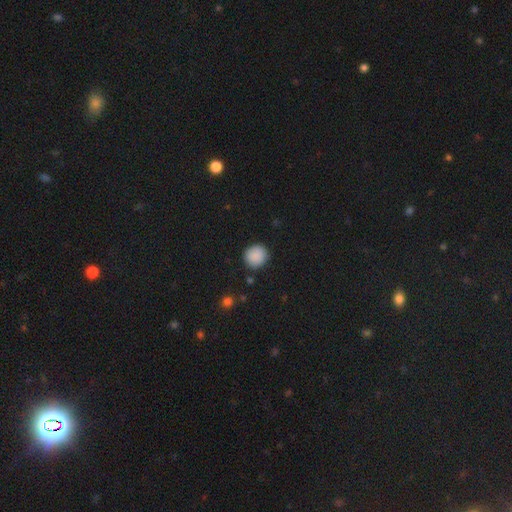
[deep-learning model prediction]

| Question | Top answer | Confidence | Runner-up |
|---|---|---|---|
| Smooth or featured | smooth | 89% | star or artifact (8%) |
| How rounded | round | 91% | in between (8%) |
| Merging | none | 89% | minor disturbance (8%) |